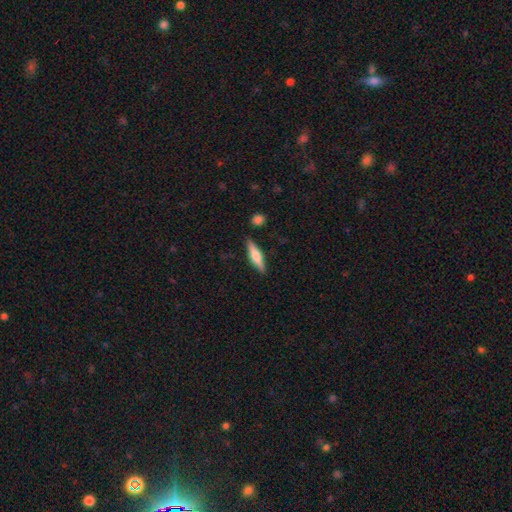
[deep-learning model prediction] smooth_or_featured: smooth (p=0.57) [alt: featured or disk p=0.37]
how_rounded: cigar-shaped (p=0.75) [alt: in between p=0.23]
merging: none (p=0.86) [alt: minor disturbance p=0.09]